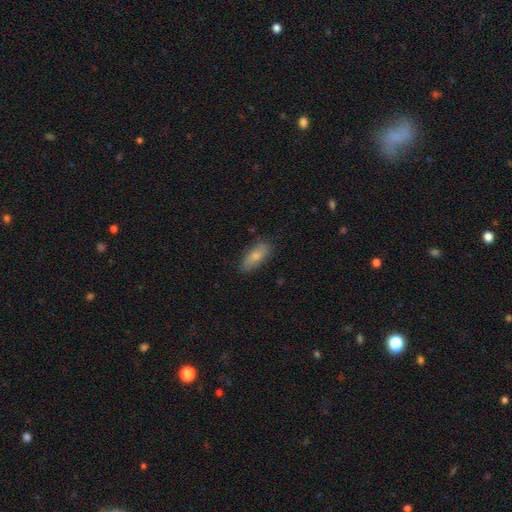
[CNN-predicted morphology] Q: Smooth or featured?
A: smooth (77%); runner-up: featured or disk (16%)
Q: How rounded?
A: in between (75%); runner-up: cigar-shaped (22%)
Q: Merging?
A: none (80%); runner-up: minor disturbance (16%)